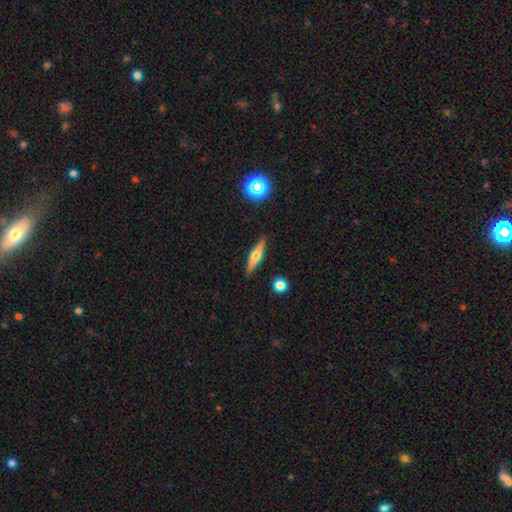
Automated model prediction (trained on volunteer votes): Smooth or featured? Predicted: featured or disk (p=0.55). Edge-on disk? Predicted: yes (p=0.95). Edge-on bulge? Predicted: rounded (p=0.91). Merging? Predicted: none (p=0.89).